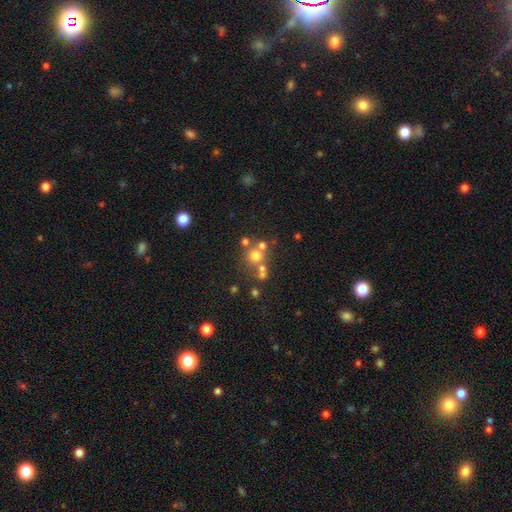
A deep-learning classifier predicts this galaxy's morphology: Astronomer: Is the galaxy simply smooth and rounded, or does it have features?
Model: smooth — 61%.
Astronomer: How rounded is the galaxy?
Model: round — 89%.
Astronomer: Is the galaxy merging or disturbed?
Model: none — 55% (runner-up: merger, 32%).